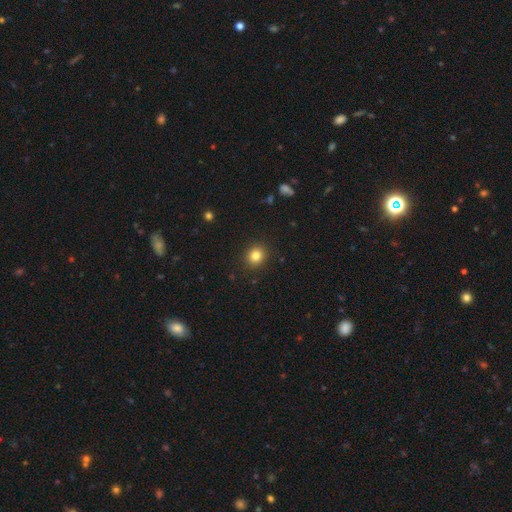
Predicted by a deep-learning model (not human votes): This is clearly a smooth galaxy (83%). How rounded: likely round (78%). Merging: clearly none (91%).